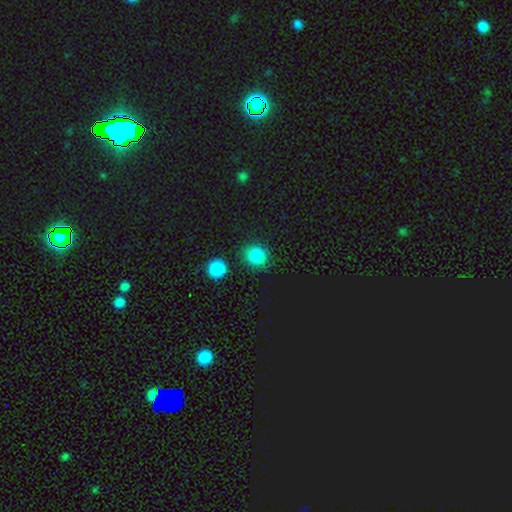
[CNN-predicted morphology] smooth 85%, star or artifact 11%, featured or disk 4%. Down the decision tree: how rounded — round (79%); merging — none (82%).